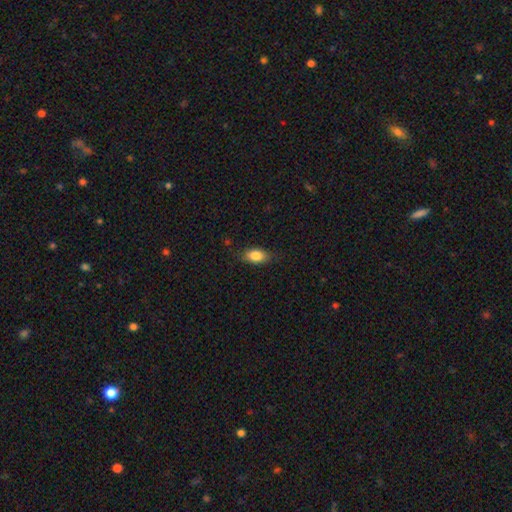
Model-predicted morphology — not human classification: Smooth or featured? smooth (84%)
How rounded? in between (87%)
Merging? none (82%)